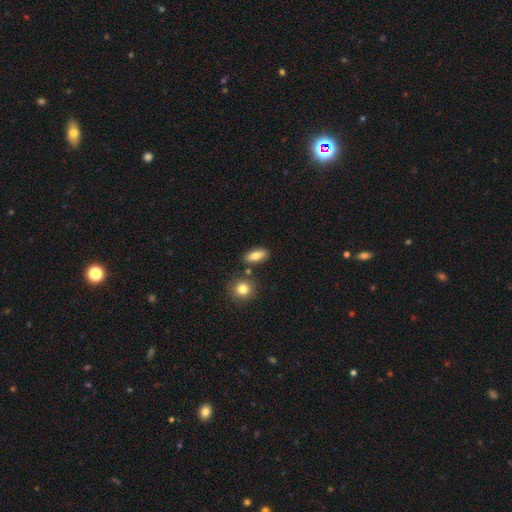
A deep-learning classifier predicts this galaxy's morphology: A smooth galaxy with no disk features (82%) that is in between round and cigar-shaped (79%).

Vote fractions:
- Smooth or featured? smooth: 82% / featured or disk: 10% / star or artifact: 8%
- How rounded? in between: 79% / cigar-shaped: 14% / round: 7%
- Merging? none: 80% / minor disturbance: 11% / merger: 7% / major disturbance: 3%